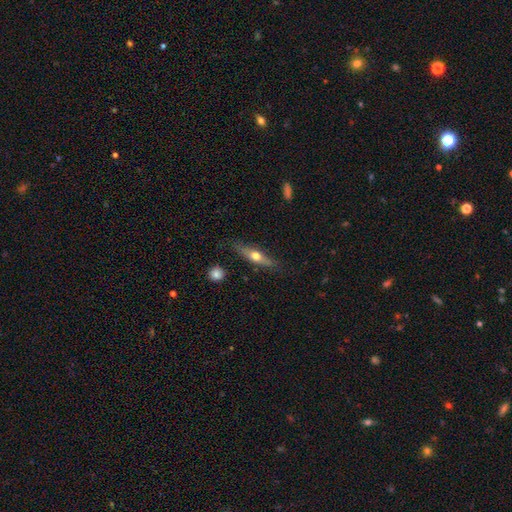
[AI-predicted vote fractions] Smooth or featured? featured or disk (52%)
Edge-on disk? yes (90%)
Merging? none (81%)